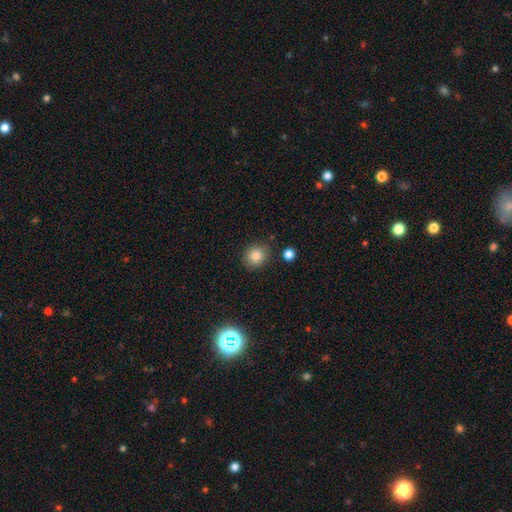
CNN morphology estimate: A smooth galaxy with no disk features (84%) that is round (80%).

Vote fractions:
- Smooth or featured? smooth: 84% / star or artifact: 10% / featured or disk: 6%
- How rounded? round: 80% / in between: 19% / cigar-shaped: 1%
- Merging? none: 83% / minor disturbance: 11% / merger: 3% / major disturbance: 3%